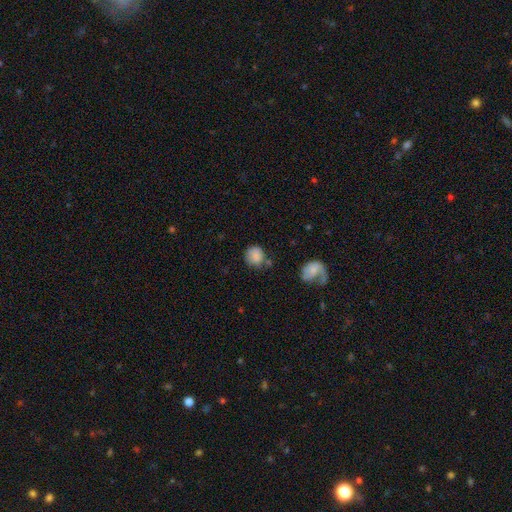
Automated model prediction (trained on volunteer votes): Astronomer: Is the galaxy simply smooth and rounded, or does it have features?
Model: smooth — 82%.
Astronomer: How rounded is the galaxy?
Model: round — 80%.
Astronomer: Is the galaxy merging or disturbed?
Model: none — 63%.